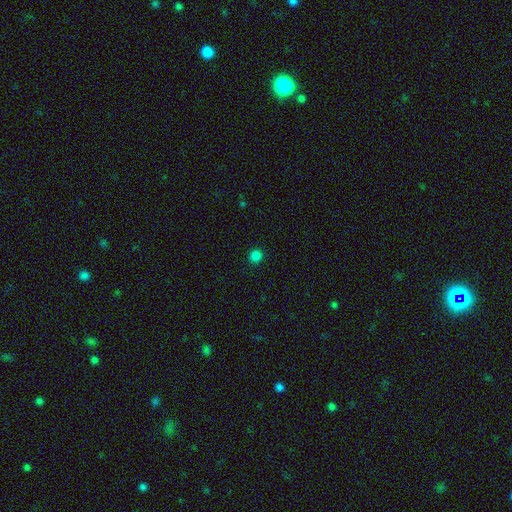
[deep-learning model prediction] This is clearly a smooth galaxy (83%). How rounded: clearly round (94%). Merging: clearly none (93%).